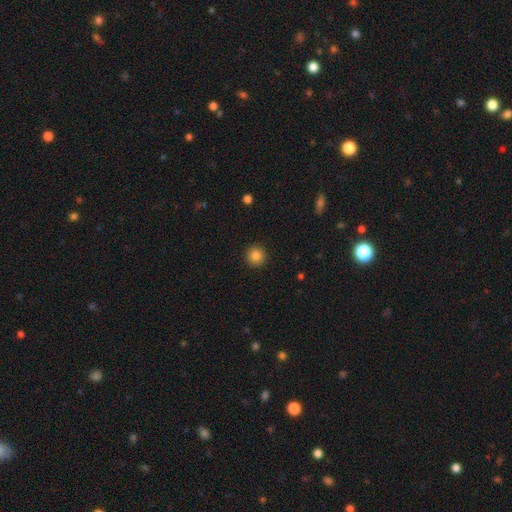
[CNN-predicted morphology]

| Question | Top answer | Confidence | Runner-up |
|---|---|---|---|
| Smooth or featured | smooth | 84% | star or artifact (10%) |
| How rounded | round | 95% | in between (5%) |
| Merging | none | 92% | minor disturbance (5%) |